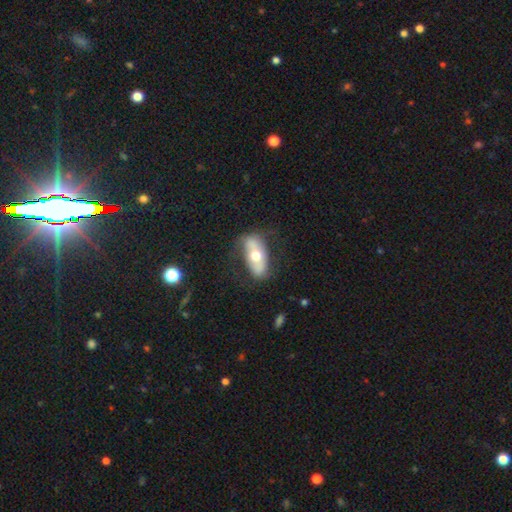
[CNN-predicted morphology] This appears to be a smooth galaxy with no disk features (48%). Merging: none (67%).